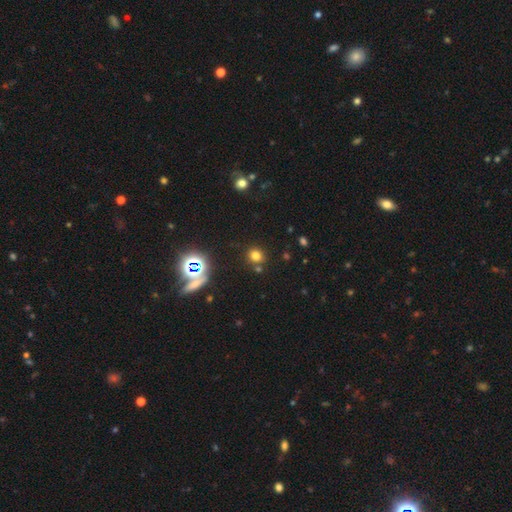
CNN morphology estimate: Smooth or featured? smooth (70%)
How rounded? round (86%)
Merging? none (79%)